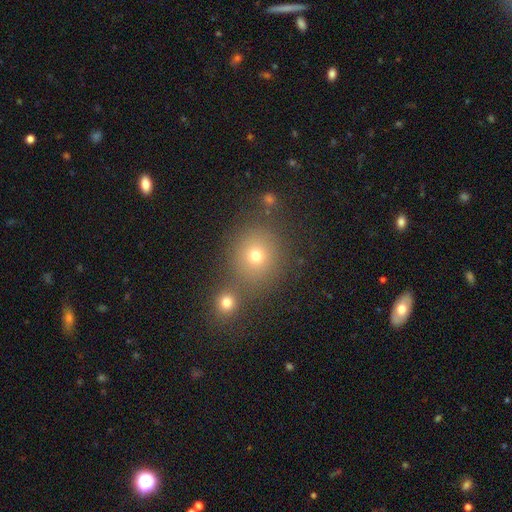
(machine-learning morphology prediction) smooth-or-featured: smooth: 71% | star or artifact: 19% | featured or disk: 10%
  how-rounded: round: 80% | in between: 18% | cigar-shaped: 1%
  merging: none: 65% | merger: 23% | minor disturbance: 9% | major disturbance: 4%